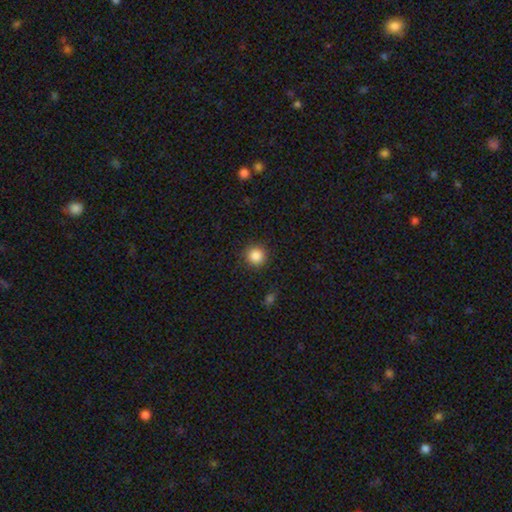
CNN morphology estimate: Smooth or featured? smooth (87%)
How rounded? round (95%)
Merging? none (91%)